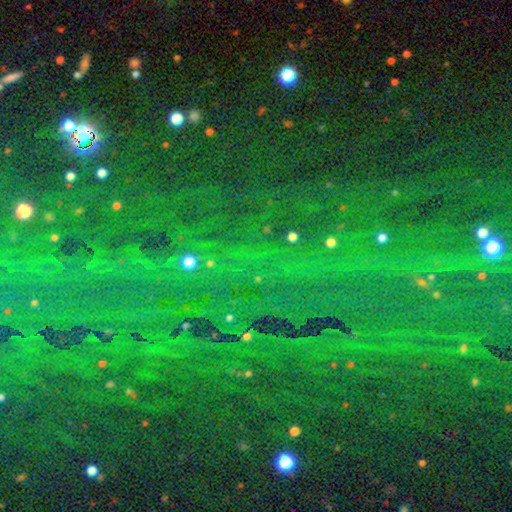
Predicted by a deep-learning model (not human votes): Smooth or featured: star or artifact — 86% (smooth — 8%)